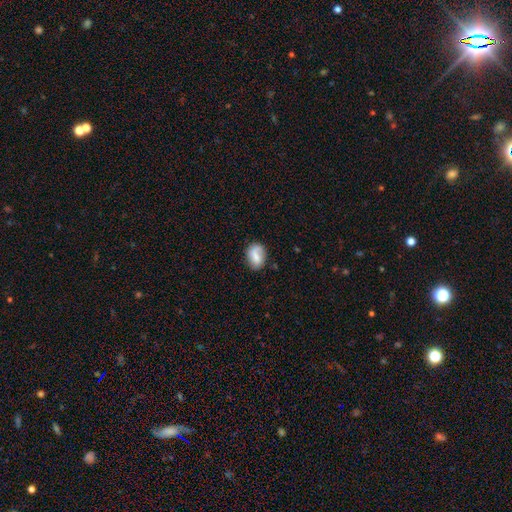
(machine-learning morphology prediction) The model was most divided on "smooth or featured": smooth: 63%, featured or disk: 28%, star or artifact: 8%. More confident: how rounded — in between (70%); merging — none (67%).